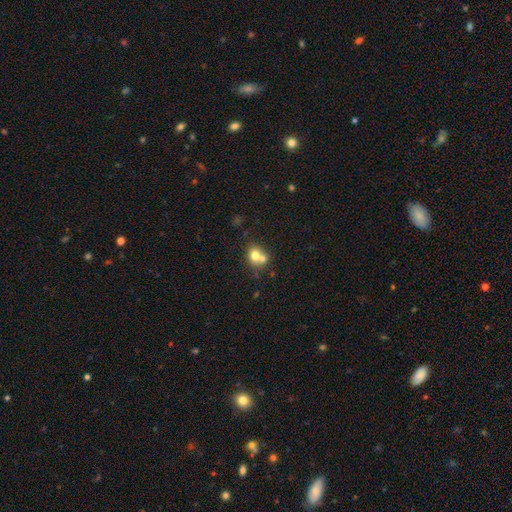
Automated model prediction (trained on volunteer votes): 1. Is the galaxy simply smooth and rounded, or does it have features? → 73% smooth, 16% featured or disk, 11% star or artifact.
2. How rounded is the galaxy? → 64% round, 35% in between, 1% cigar-shaped.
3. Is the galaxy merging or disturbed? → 49% merger, 40% none, 8% minor disturbance, 3% major disturbance.